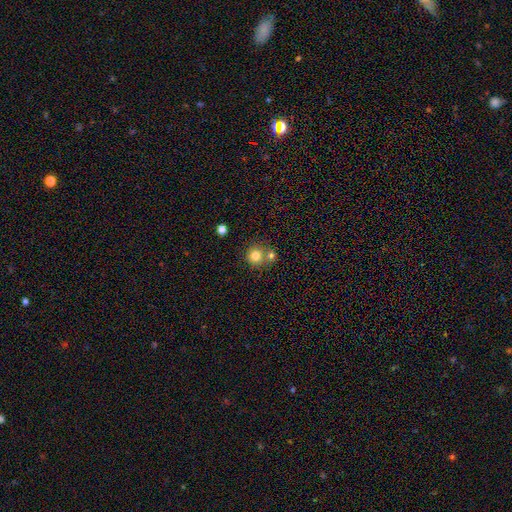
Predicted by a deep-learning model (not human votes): Smooth or featured? Predicted: smooth (p=0.79). How rounded? Predicted: round (p=0.92). Merging? Predicted: none (p=0.60).